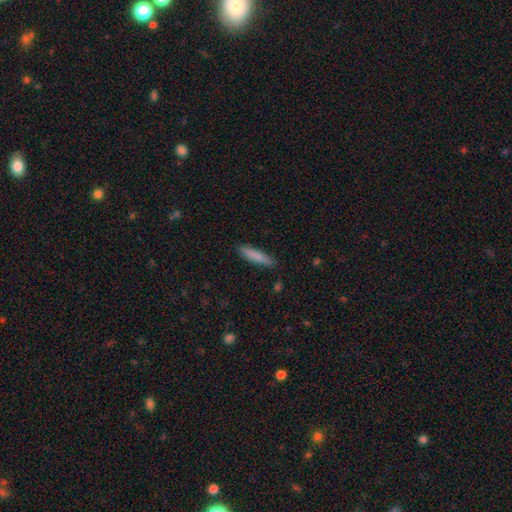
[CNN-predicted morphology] Smooth or featured: smooth — 83% (featured or disk — 11%)
How rounded: cigar-shaped — 86% (in between — 13%)
Merging: none — 86% (minor disturbance — 10%)